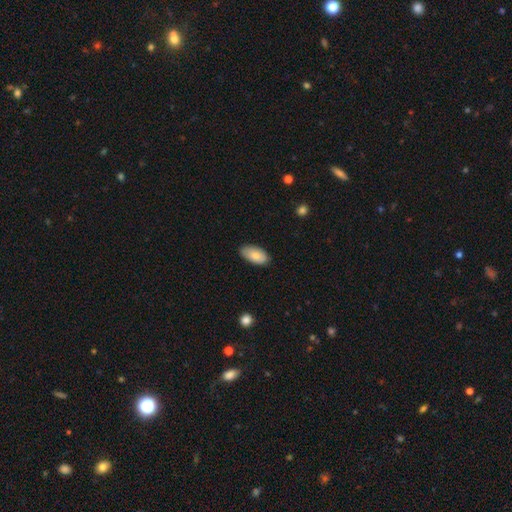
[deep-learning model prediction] A smooth galaxy with no disk features (81%) that is in between round and cigar-shaped (95%).

Vote fractions:
- Smooth or featured? smooth: 81% / featured or disk: 12% / star or artifact: 6%
- How rounded? in between: 95% / round: 3% / cigar-shaped: 3%
- Merging? none: 80% / minor disturbance: 16% / major disturbance: 2% / merger: 1%